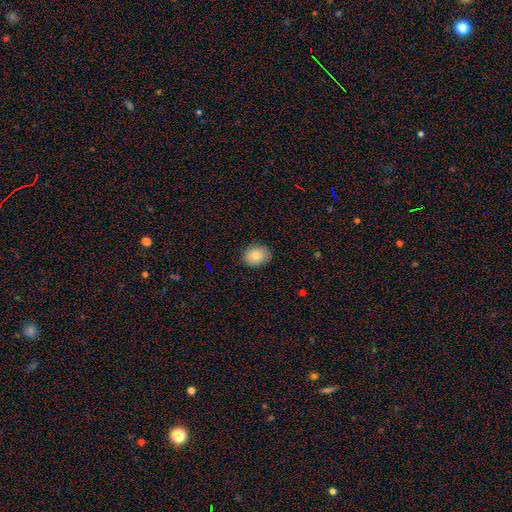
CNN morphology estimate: A smooth galaxy with no disk features (85%) that is in between round and cigar-shaped (61%). Merging: none (85%).